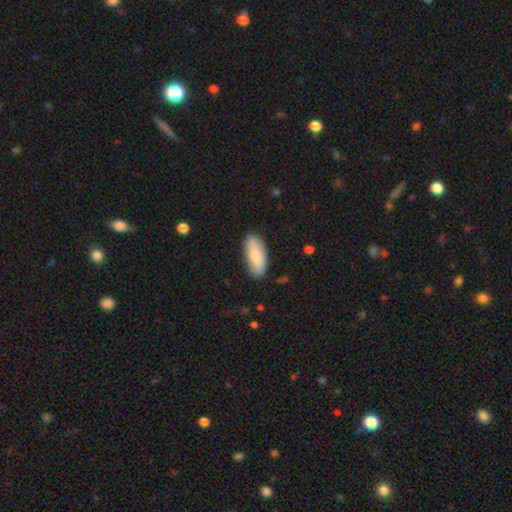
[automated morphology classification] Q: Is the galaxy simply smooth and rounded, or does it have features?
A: smooth — 79%.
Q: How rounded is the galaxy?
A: in between — 84%.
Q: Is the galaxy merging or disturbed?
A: none — 83%.